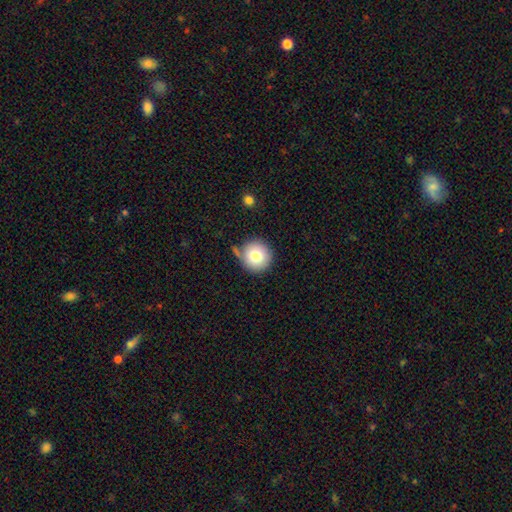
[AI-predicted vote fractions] Morphology: type=smooth (77%); roundness=round (94%); merging=none (72%).